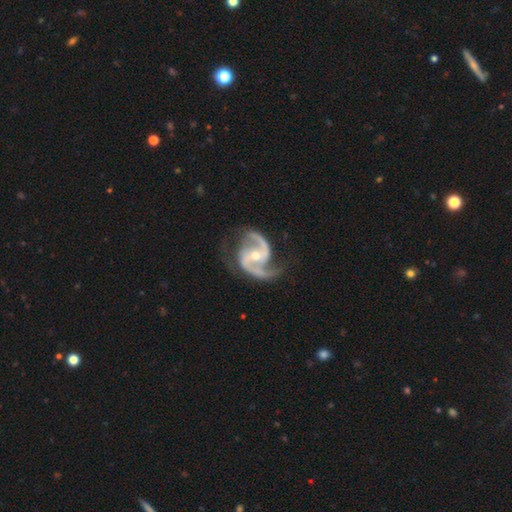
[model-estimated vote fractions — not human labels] This is clearly a featured or disk galaxy (93%). It is clearly not viewed edge-on (98%). Bar: marginally weak (40%). Spiral arm pattern: clearly yes (98%). Spiral arm count: clearly 2 (92%). Spiral winding: likely medium (63%). Central bulge: possibly moderate (52%). Merging: likely none (72%).